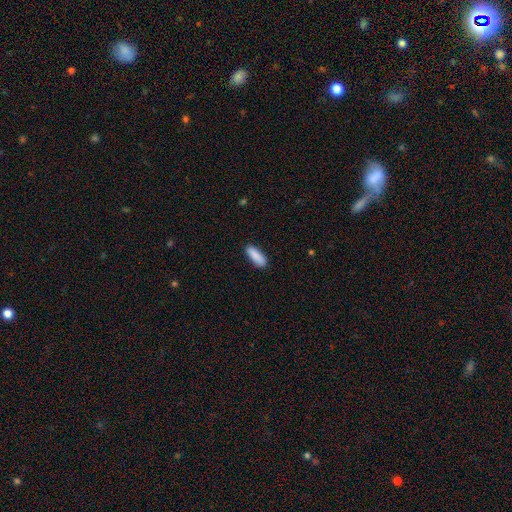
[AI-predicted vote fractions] smooth 89%, star or artifact 6%, featured or disk 5%. Down the decision tree: how rounded — in between (59%); merging — none (88%).